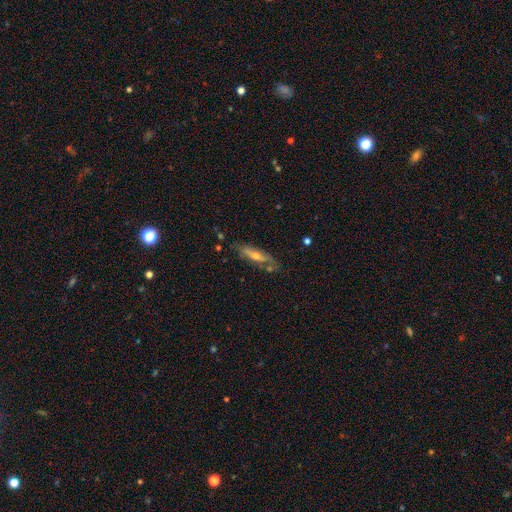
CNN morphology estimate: smooth_or_featured: featured or disk (p=0.62) [alt: smooth p=0.31]
disk_edge_on: yes (p=0.57) [alt: no p=0.43]
merging: none (p=0.70) [alt: minor disturbance p=0.20]